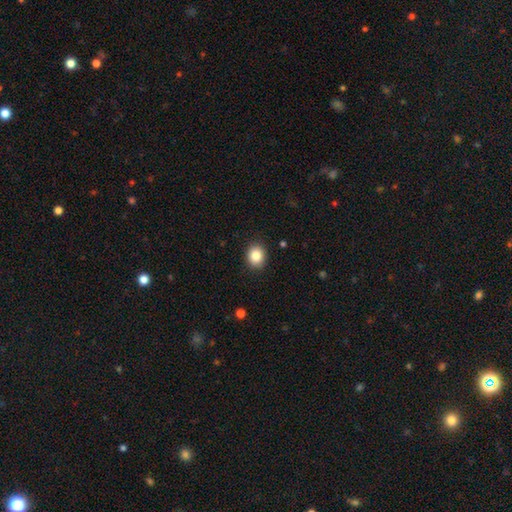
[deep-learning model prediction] This is clearly a smooth galaxy (85%). How rounded: likely round (68%). Merging: clearly none (89%).